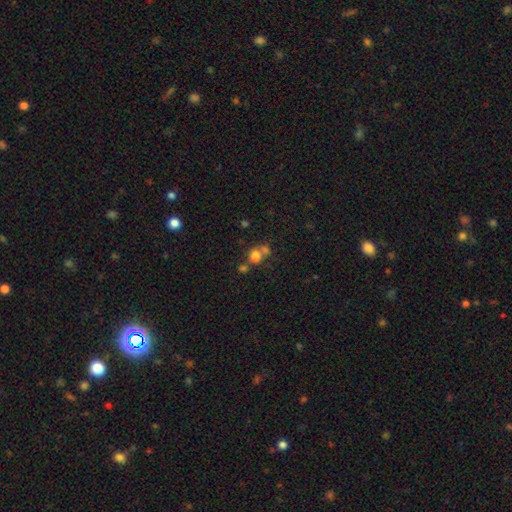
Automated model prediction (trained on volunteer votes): Morphology: type=smooth (75%); roundness=round (74%); merging=none (43%).